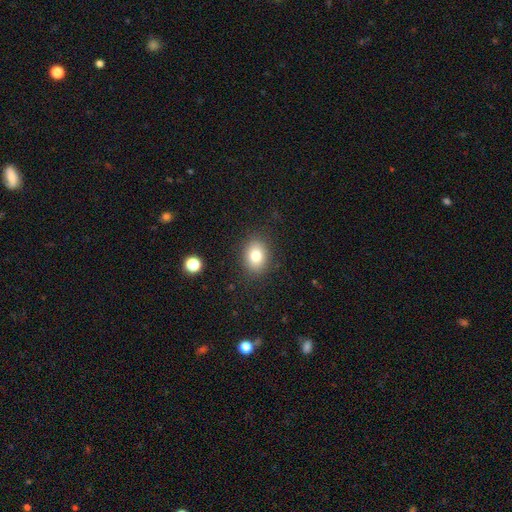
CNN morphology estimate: type=smooth (79%); roundness=in between (56%); merging=none (86%).